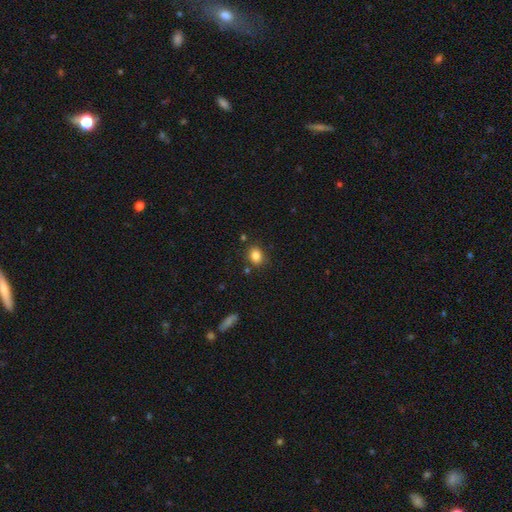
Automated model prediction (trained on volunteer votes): smooth-or-featured: smooth: 84% | star or artifact: 10% | featured or disk: 5%
  how-rounded: in between: 51% | round: 48% | cigar-shaped: 1%
  merging: none: 83% | minor disturbance: 11% | merger: 4% | major disturbance: 3%